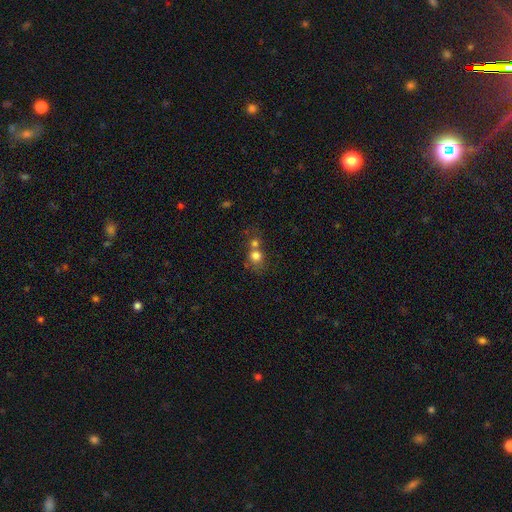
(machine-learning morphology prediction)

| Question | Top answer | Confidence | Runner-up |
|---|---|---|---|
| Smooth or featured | smooth | 75% | featured or disk (13%) |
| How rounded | round | 79% | in between (20%) |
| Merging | merger | 54% | none (34%) |